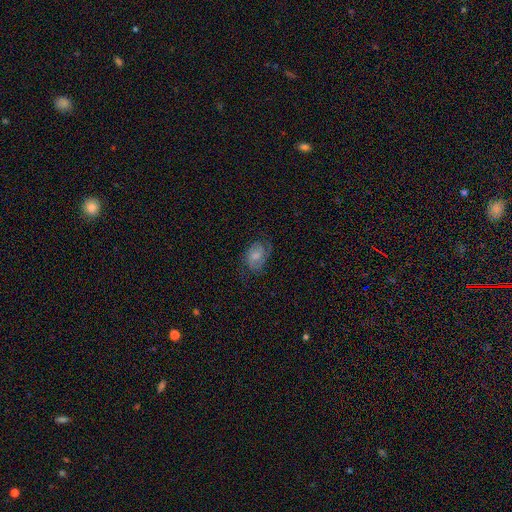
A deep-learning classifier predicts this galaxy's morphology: smooth_or_featured: smooth (p=0.48) [alt: featured or disk p=0.43]
merging: none (p=0.57) [alt: minor disturbance p=0.25]